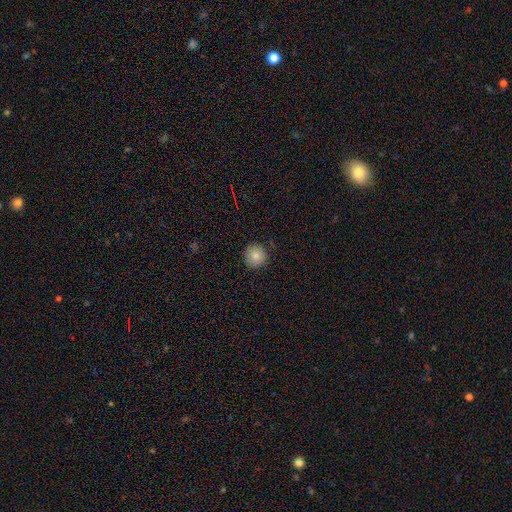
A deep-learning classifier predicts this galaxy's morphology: The model was most divided on "smooth or featured": smooth: 83%, star or artifact: 10%, featured or disk: 7%. More confident: how rounded — round (94%); merging — none (88%).